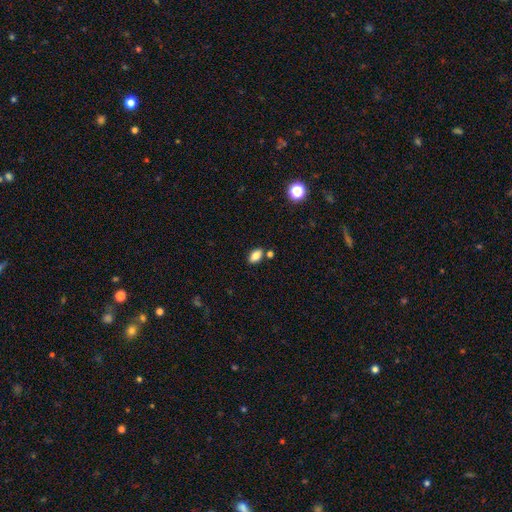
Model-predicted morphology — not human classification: Smooth or featured? smooth (83%)
How rounded? in between (90%)
Merging? none (77%)